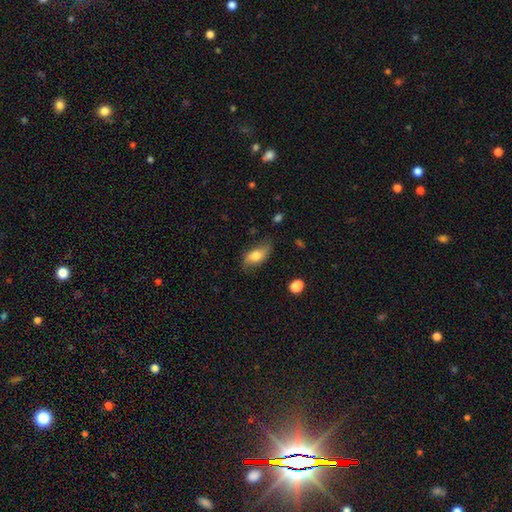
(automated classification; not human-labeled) A smooth galaxy with no disk features (75%) that is in between round and cigar-shaped (88%).

Vote fractions:
- Smooth or featured? smooth: 75% / featured or disk: 18% / star or artifact: 7%
- How rounded? in between: 88% / cigar-shaped: 7% / round: 5%
- Merging? none: 68% / minor disturbance: 24% / major disturbance: 6% / merger: 2%